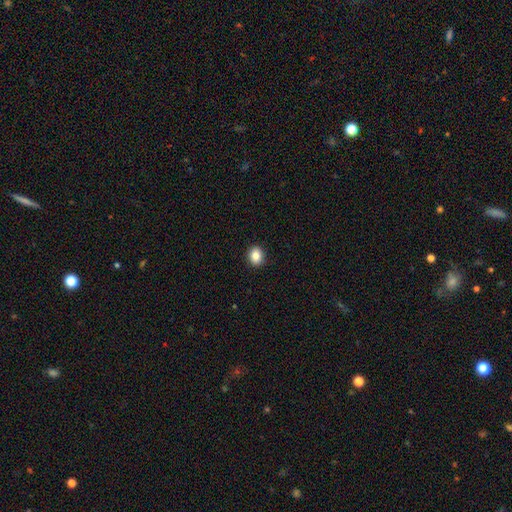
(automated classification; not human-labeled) A smooth galaxy with no disk features (85%) that is round (63%).

Vote fractions:
- Smooth or featured? smooth: 85% / star or artifact: 10% / featured or disk: 6%
- How rounded? round: 63% / in between: 36% / cigar-shaped: 1%
- Merging? none: 92% / minor disturbance: 6% / major disturbance: 2% / merger: 1%